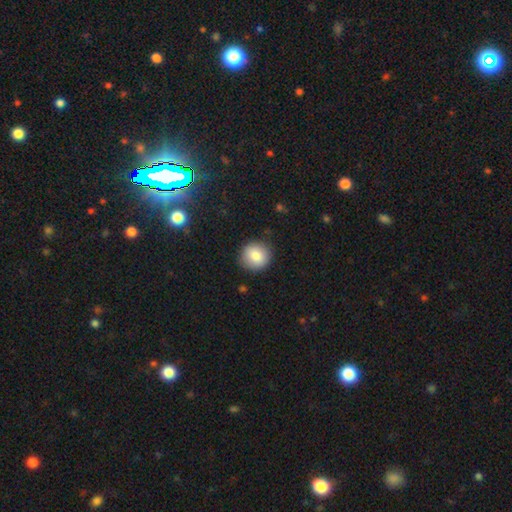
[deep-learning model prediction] Smooth or featured? Predicted: smooth (p=0.84). How rounded? Predicted: round (p=0.89). Merging? Predicted: none (p=0.88).